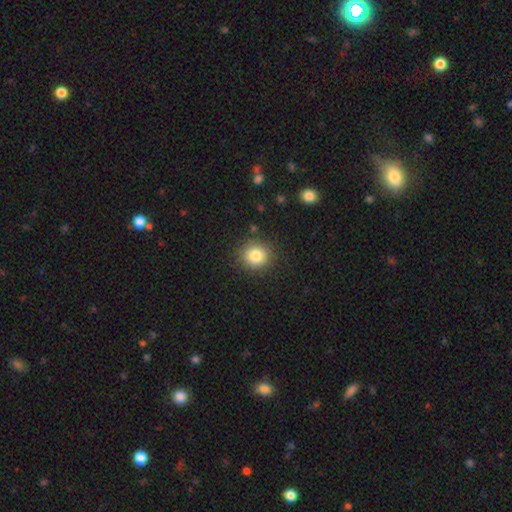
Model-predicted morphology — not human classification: The model was most divided on "how rounded": round: 85%, in between: 14%, cigar-shaped: 1%. More confident: merging — none (88%); smooth or featured — smooth (83%).